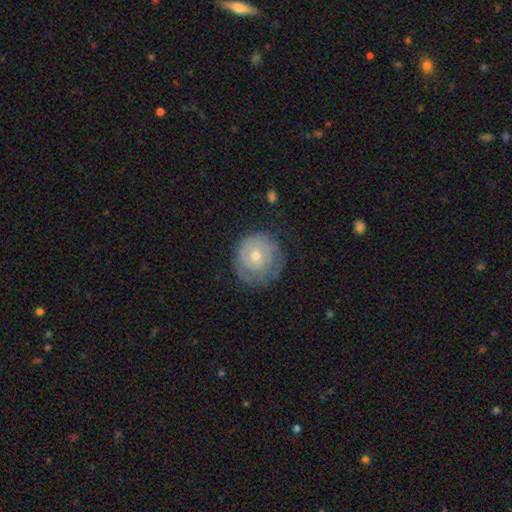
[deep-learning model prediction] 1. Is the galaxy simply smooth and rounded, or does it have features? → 57% featured or disk, 36% smooth, 7% star or artifact.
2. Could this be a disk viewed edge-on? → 97% no, 3% yes.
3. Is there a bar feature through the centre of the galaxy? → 83% no, 15% weak, 2% strong.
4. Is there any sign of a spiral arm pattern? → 75% yes, 25% no.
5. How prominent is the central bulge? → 55% moderate, 41% small, 2% large, 1% none, 1% dominant.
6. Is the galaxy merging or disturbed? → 69% none, 21% minor disturbance, 9% major disturbance, 1% merger.